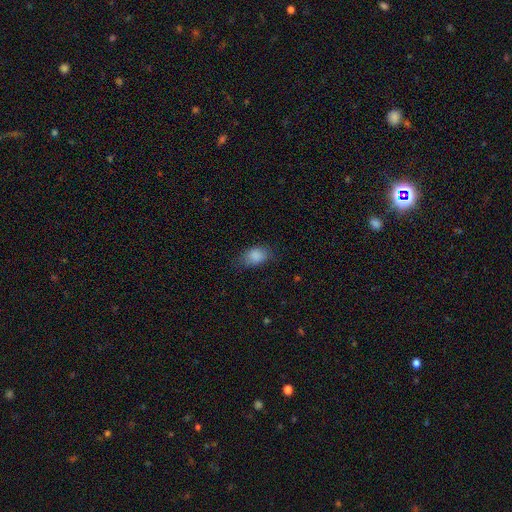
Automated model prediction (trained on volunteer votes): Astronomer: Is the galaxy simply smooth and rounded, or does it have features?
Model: smooth — 86%.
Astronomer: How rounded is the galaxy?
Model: in between — 83%.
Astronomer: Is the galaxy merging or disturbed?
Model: none — 71%.